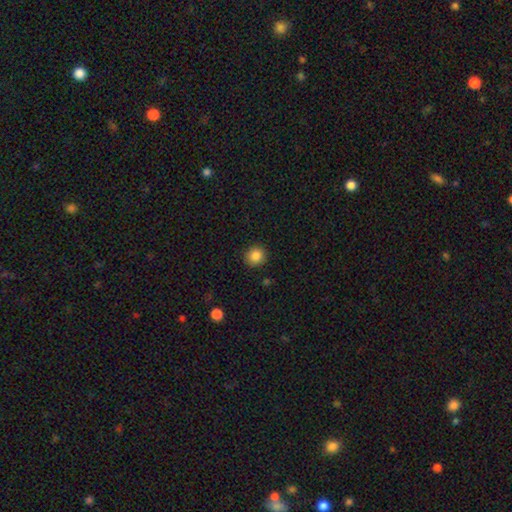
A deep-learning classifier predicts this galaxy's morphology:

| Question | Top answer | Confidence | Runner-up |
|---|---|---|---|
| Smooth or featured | smooth | 85% | star or artifact (11%) |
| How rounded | round | 90% | in between (9%) |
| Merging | none | 91% | minor disturbance (6%) |